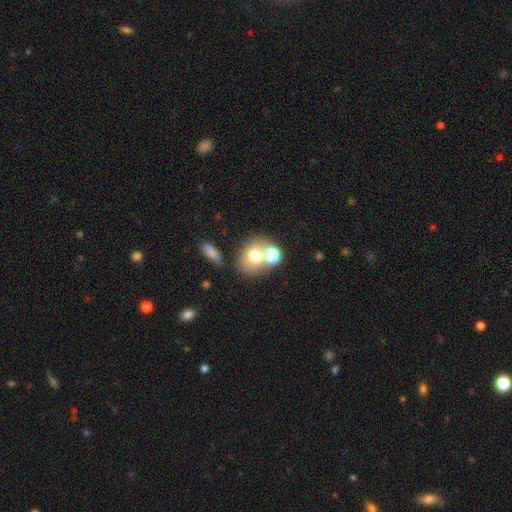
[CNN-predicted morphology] type=smooth (67%); roundness=round (60%); merging=none (47%).